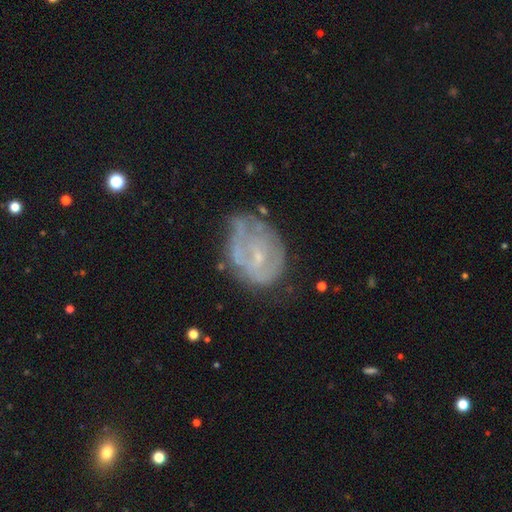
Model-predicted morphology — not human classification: type=featured or disk (62%); edge-on=no (97%); bar=no (65%); spiral arms=no (56%); bulge=small (70%); merging=none (41%).